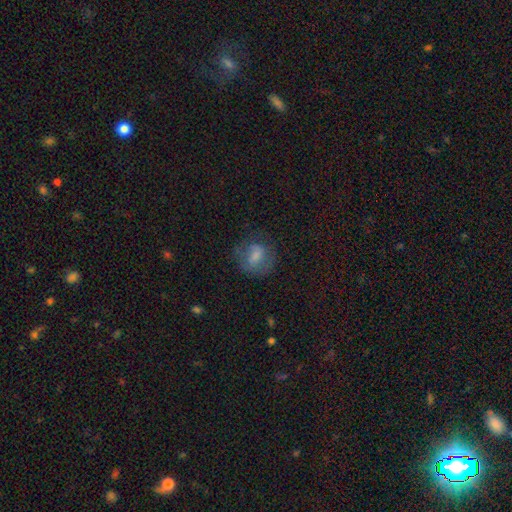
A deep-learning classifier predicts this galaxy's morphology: This appears to be a smooth galaxy with no disk features (62%) that is round (60%). Merging: none (61%).